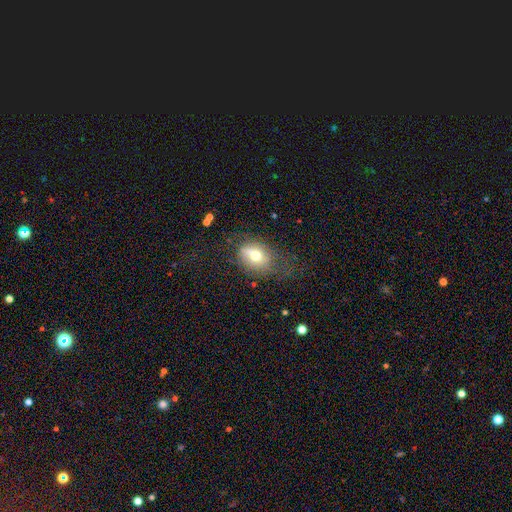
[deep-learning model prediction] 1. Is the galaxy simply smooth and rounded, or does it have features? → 62% smooth, 27% featured or disk, 11% star or artifact.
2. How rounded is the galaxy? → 62% in between, 36% round, 2% cigar-shaped.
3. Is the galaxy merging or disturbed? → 42% none, 29% minor disturbance, 25% major disturbance, 4% merger.